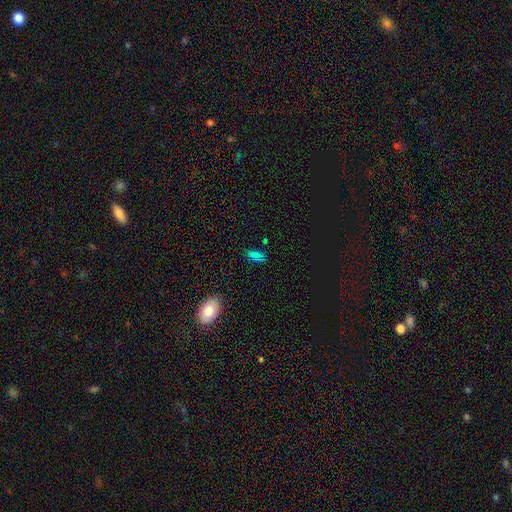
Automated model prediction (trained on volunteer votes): Smooth or featured? smooth (68%)
How rounded? in between (85%)
Merging? none (79%)